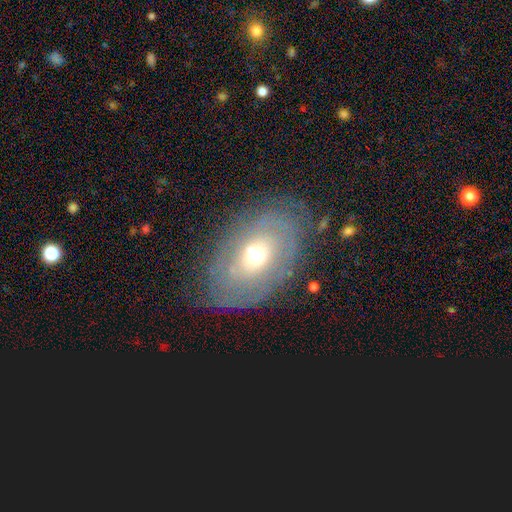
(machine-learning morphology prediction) This appears to be a featured or disk galaxy (56%) with no bar (73%), spiral arms (51%) and a moderate central bulge (65%). Merging: none (74%).